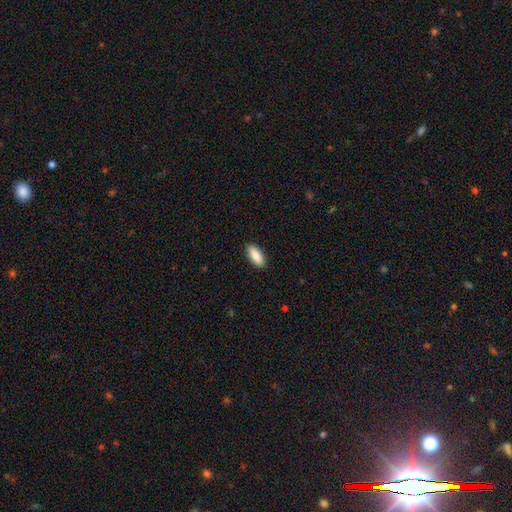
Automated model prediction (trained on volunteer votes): A smooth galaxy with no disk features (83%) that is in between round and cigar-shaped (80%). Merging: none (90%).